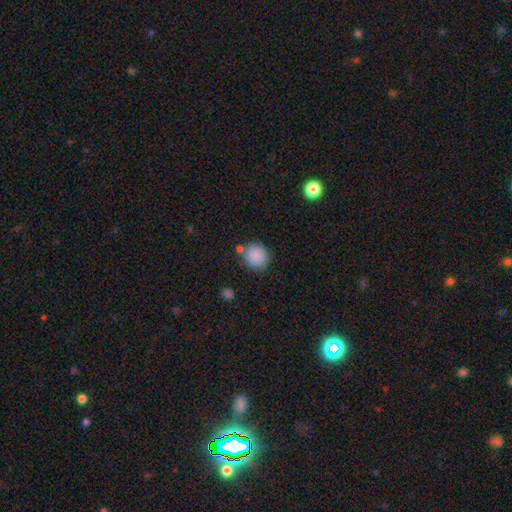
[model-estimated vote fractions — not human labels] Smooth or featured? smooth (88%)
How rounded? round (85%)
Merging? none (76%)